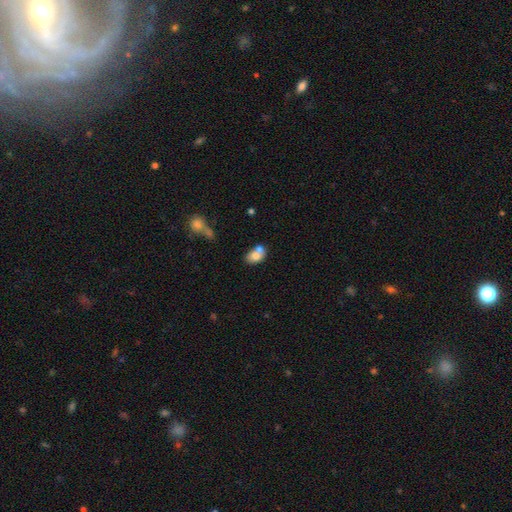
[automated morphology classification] This appears to be a smooth galaxy with no disk features (74%) that is in between round and cigar-shaped (76%). Merging: merger (47%).